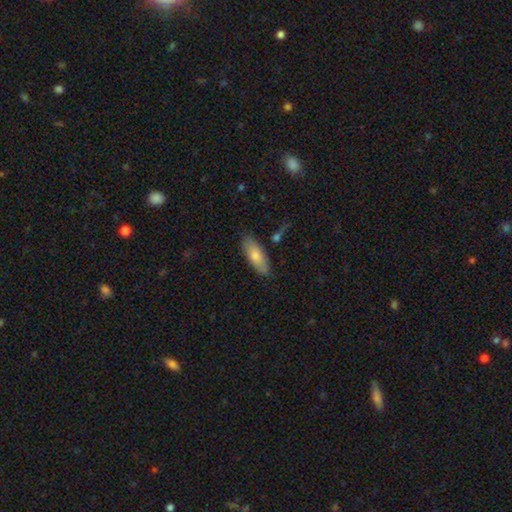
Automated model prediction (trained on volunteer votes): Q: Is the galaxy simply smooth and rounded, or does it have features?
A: smooth — 77%.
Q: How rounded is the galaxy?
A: in between — 75%.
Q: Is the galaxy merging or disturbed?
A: none — 80%.